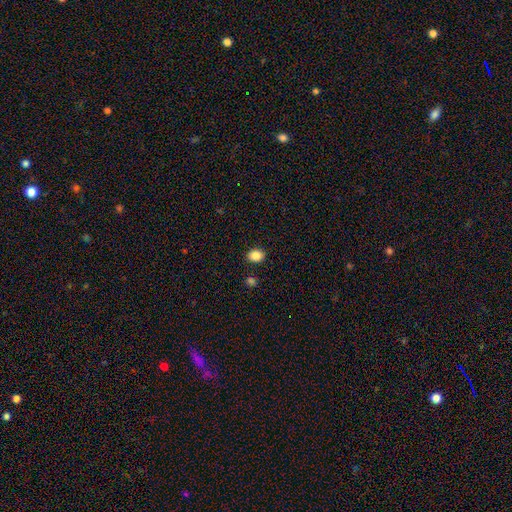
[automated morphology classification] Smooth or featured? Predicted: smooth (p=0.86). How rounded? Predicted: in between (p=0.64). Merging? Predicted: none (p=0.87).